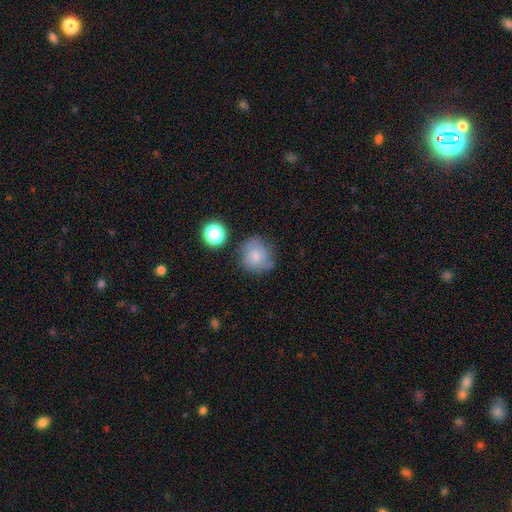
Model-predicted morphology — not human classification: Q: Smooth or featured?
A: smooth (69%); runner-up: featured or disk (20%)
Q: How rounded?
A: round (88%); runner-up: in between (11%)
Q: Merging?
A: none (65%); runner-up: minor disturbance (22%)